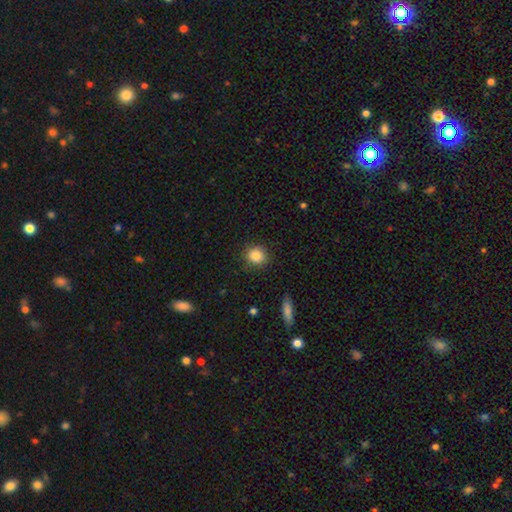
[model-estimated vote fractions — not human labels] Smooth or featured?
  - smooth: 85% *
  - star or artifact: 9%
  - featured or disk: 5%
How rounded?
  - round: 82% *
  - in between: 16%
  - cigar-shaped: 1%
Merging?
  - none: 87% *
  - minor disturbance: 10%
  - major disturbance: 2%
  - merger: 1%